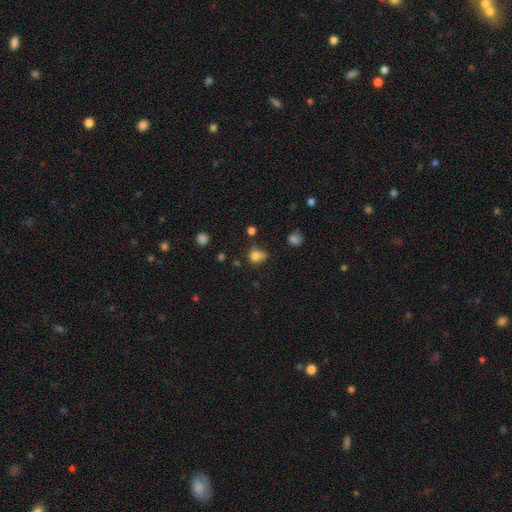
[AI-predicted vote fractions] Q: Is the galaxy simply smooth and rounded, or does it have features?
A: smooth — 78%.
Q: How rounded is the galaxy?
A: round — 62%.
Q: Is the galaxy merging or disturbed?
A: none — 48%.